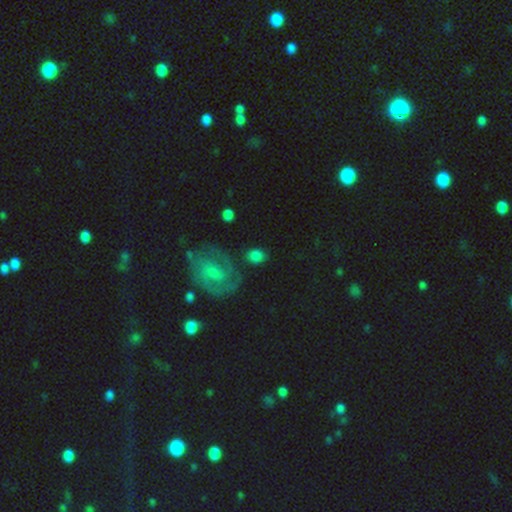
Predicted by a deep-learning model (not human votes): Smooth or featured? Predicted: smooth (p=0.66). How rounded? Predicted: round (p=0.62). Merging? Predicted: none (p=0.78).